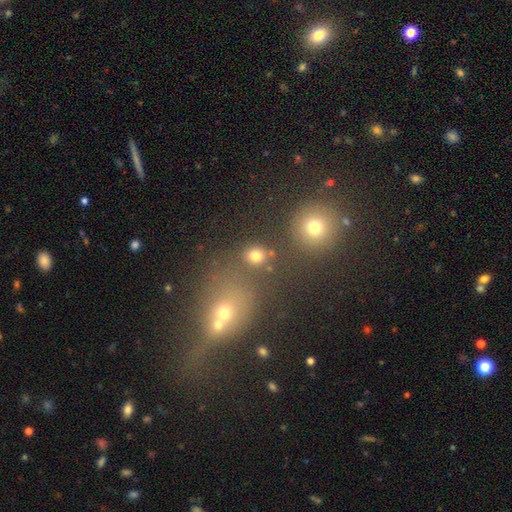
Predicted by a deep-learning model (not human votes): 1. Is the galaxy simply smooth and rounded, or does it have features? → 76% smooth, 17% star or artifact, 7% featured or disk.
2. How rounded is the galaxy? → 75% round, 24% in between, 1% cigar-shaped.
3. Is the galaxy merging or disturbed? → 73% none, 14% merger, 8% minor disturbance, 4% major disturbance.